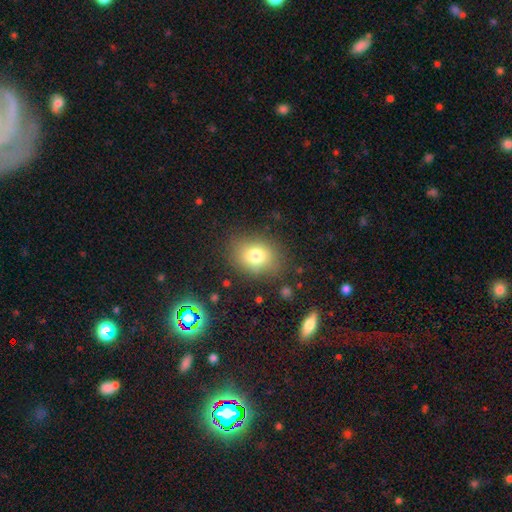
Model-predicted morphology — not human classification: Smooth or featured? smooth (76%)
How rounded? in between (54%)
Merging? none (79%)